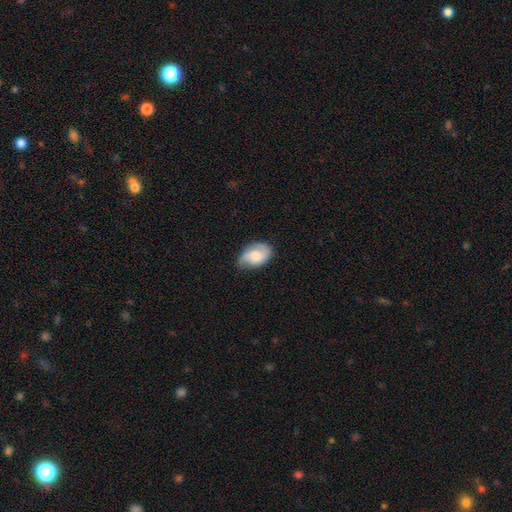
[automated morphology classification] A smooth galaxy with no disk features (55%) that is in between round and cigar-shaped (88%).

Vote fractions:
- Smooth or featured? smooth: 55% / featured or disk: 38% / star or artifact: 7%
- How rounded? in between: 88% / round: 11% / cigar-shaped: 1%
- Merging? none: 63% / minor disturbance: 28% / major disturbance: 7% / merger: 1%